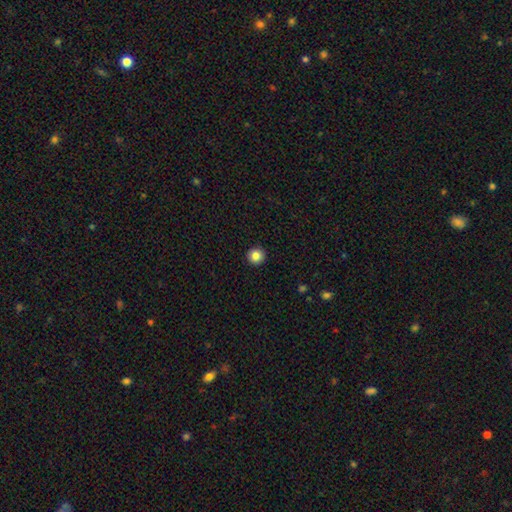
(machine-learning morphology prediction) type=smooth (84%); roundness=round (94%); merging=none (94%).